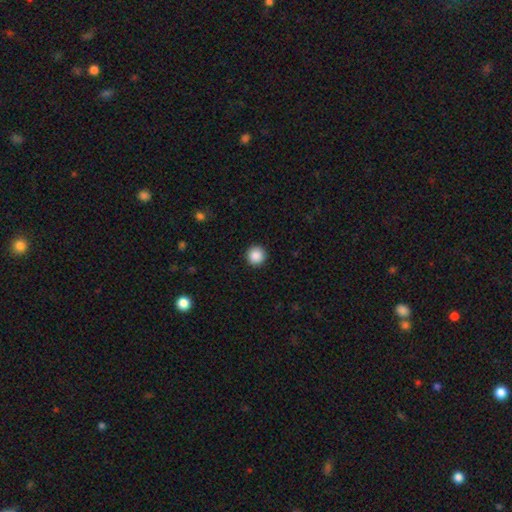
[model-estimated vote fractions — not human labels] Morphology: type=smooth (88%); roundness=round (96%); merging=none (93%).